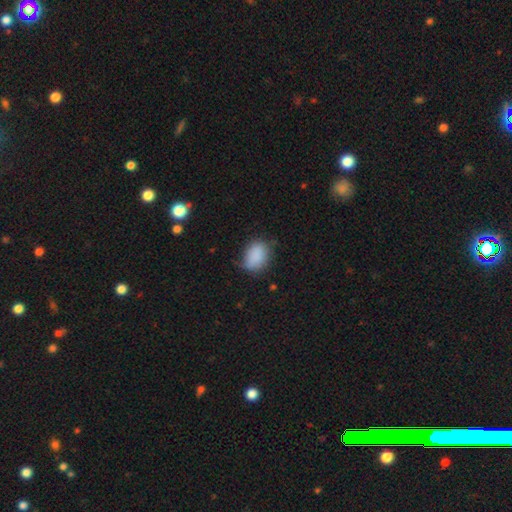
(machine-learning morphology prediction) smooth 86%, star or artifact 8%, featured or disk 6%. Down the decision tree: how rounded — in between (78%); merging — none (64%).